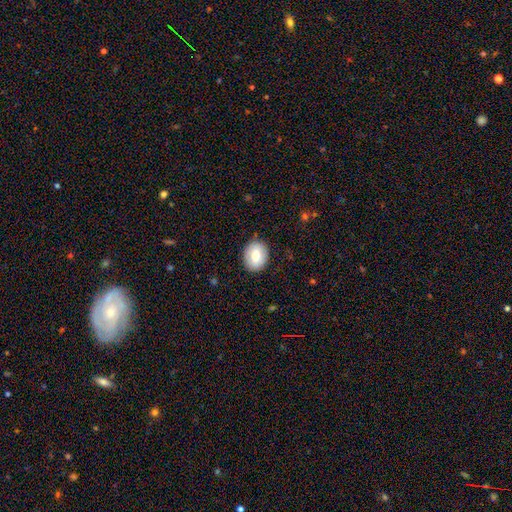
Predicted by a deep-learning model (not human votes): Overall: smooth (72%). How rounded: round (50%; in between 49%). Merging: none (86%).